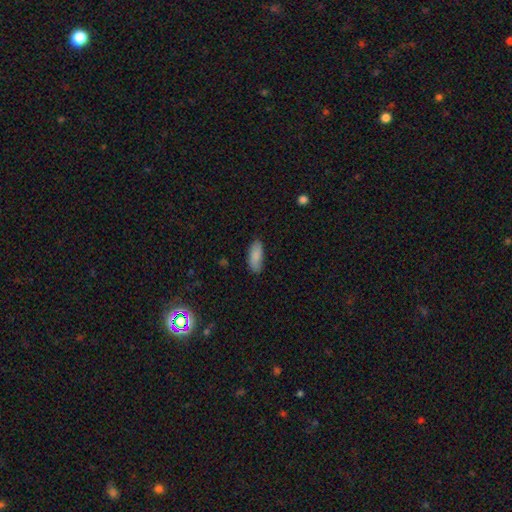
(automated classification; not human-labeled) smooth_or_featured: smooth (p=0.87) [alt: featured or disk p=0.07]
how_rounded: in between (p=0.81) [alt: cigar-shaped p=0.17]
merging: none (p=0.80) [alt: minor disturbance p=0.16]